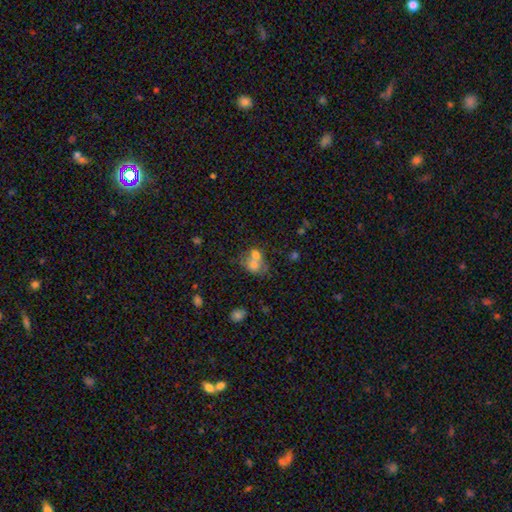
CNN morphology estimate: Smooth or featured: smooth — 66% (featured or disk — 22%)
How rounded: round — 58% (in between — 41%)
Merging: merger — 65% (none — 23%)